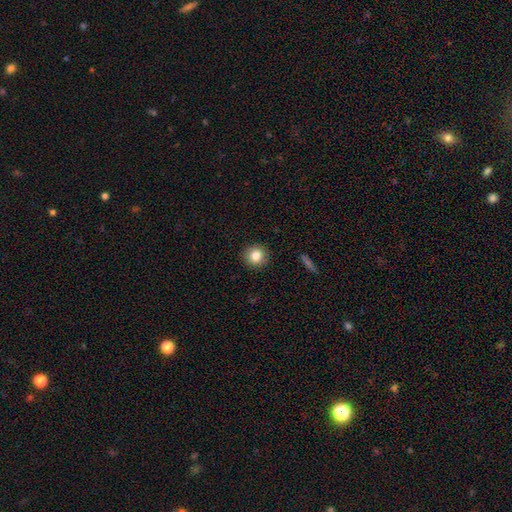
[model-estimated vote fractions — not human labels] smooth_or_featured: smooth (p=0.83) [alt: star or artifact p=0.10]
how_rounded: round (p=0.93) [alt: in between p=0.06]
merging: none (p=0.92) [alt: minor disturbance p=0.06]